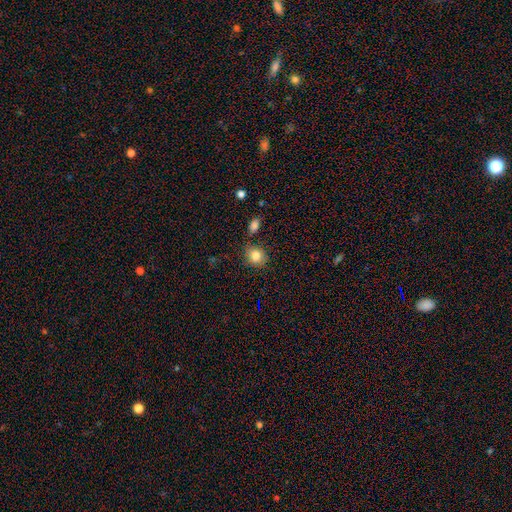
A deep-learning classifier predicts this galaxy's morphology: Smooth or featured: smooth — 83% (star or artifact — 9%)
How rounded: round — 73% (in between — 26%)
Merging: none — 79% (minor disturbance — 13%)